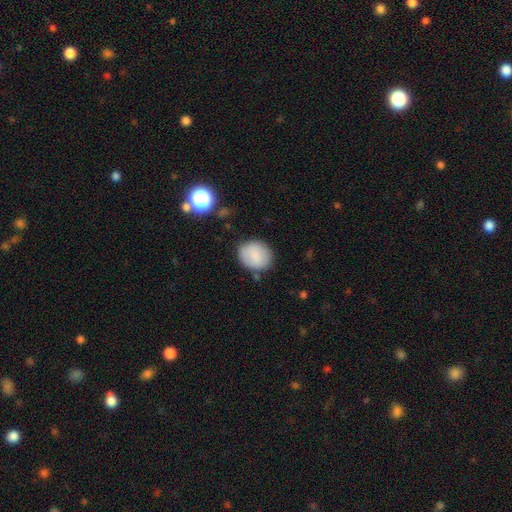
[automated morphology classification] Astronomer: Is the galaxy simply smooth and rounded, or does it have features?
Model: smooth — 83%.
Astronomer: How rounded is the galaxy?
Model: round — 61% (runner-up: in between, 38%).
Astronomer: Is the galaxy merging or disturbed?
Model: none — 79%.